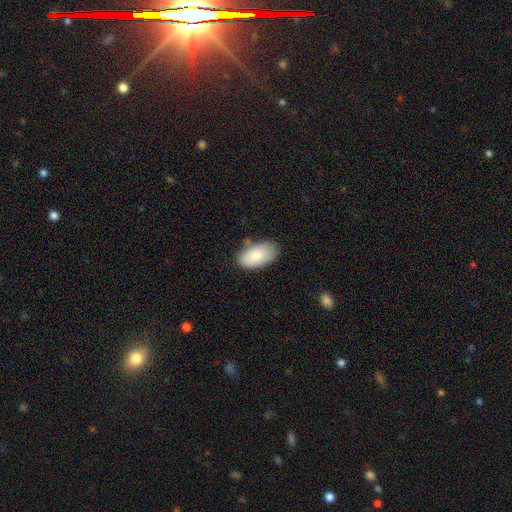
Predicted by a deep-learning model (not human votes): Q: Smooth or featured?
A: smooth (83%); runner-up: featured or disk (11%)
Q: How rounded?
A: in between (95%); runner-up: round (3%)
Q: Merging?
A: none (73%); runner-up: minor disturbance (20%)